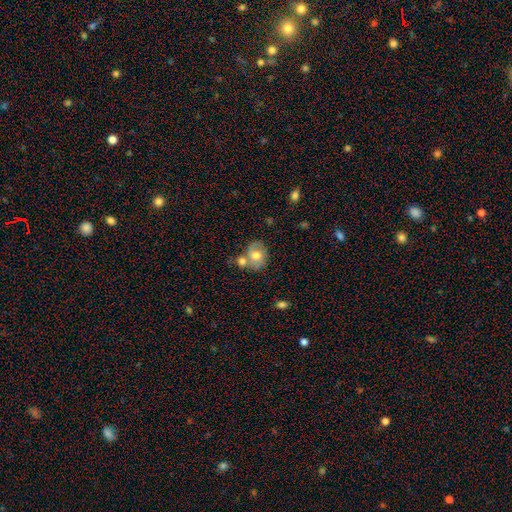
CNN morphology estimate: This appears to be a smooth galaxy with no disk features (63%) that is round (55%). Merging: none (46%).